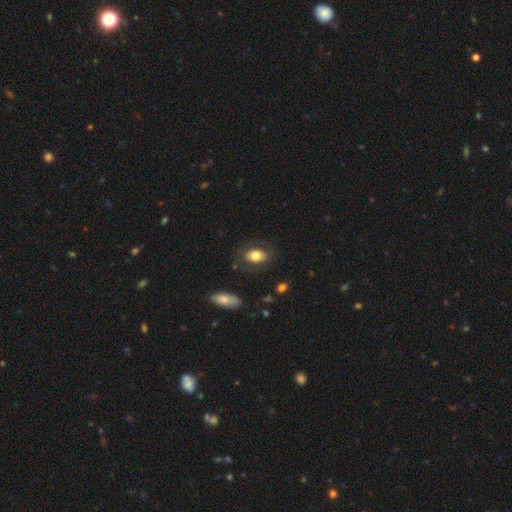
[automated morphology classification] Overall: smooth (73%). How rounded: in between (80%). Merging: none (80%).